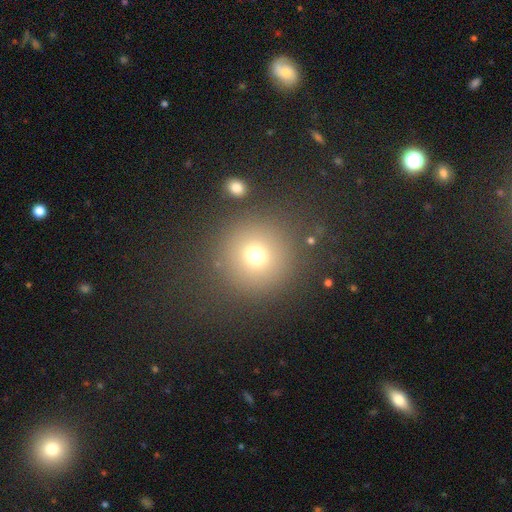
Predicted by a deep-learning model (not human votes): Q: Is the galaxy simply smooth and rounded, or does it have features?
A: smooth — 72%.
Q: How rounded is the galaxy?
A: round — 95%.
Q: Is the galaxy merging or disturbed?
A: none — 85%.